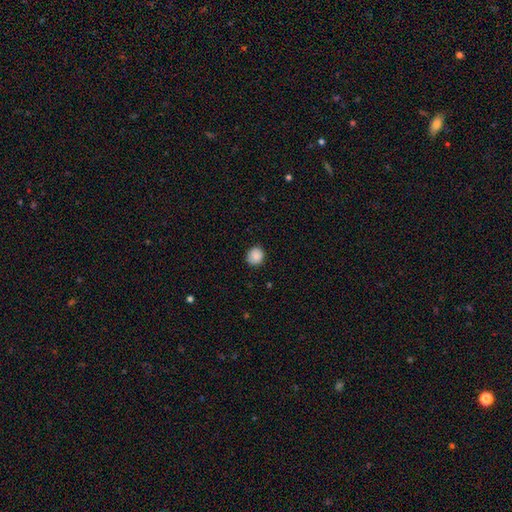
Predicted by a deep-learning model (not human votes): Smooth or featured? smooth (89%)
How rounded? round (81%)
Merging? none (87%)